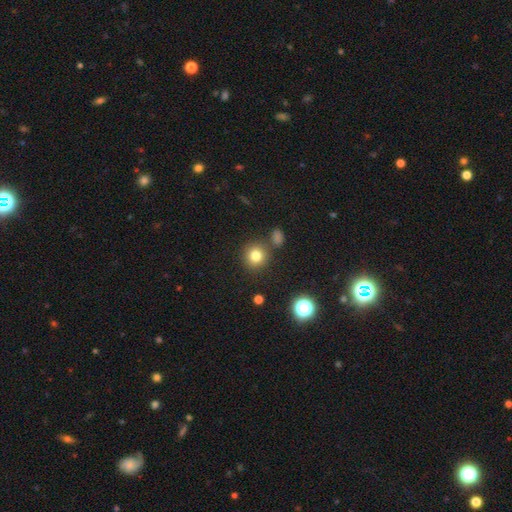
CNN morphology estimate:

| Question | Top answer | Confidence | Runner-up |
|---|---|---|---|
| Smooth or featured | smooth | 79% | star or artifact (14%) |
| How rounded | round | 91% | in between (8%) |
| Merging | none | 82% | minor disturbance (8%) |